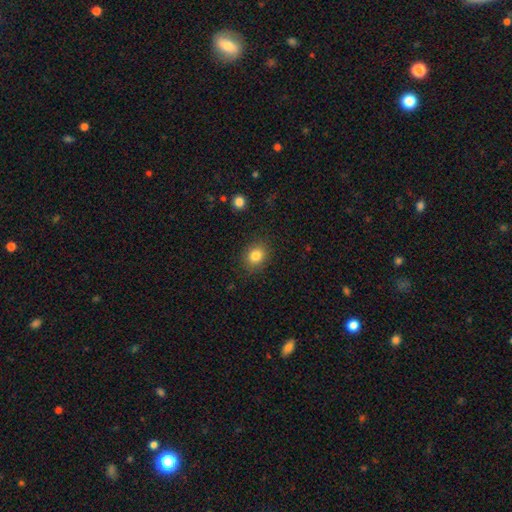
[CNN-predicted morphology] A smooth galaxy with no disk features (83%) that is round (62%). Merging: none (87%).